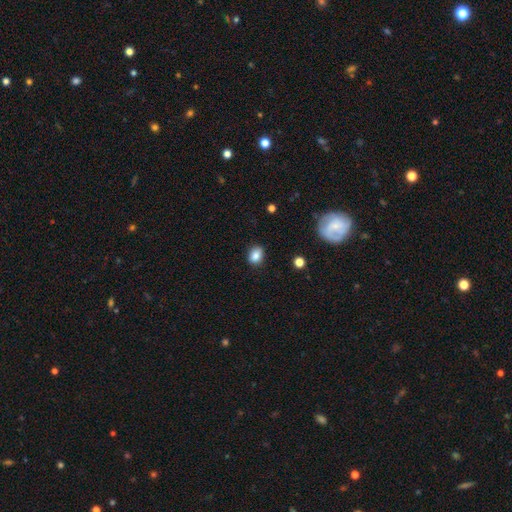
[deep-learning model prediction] smooth-or-featured: smooth: 85% | star or artifact: 10% | featured or disk: 5%
  how-rounded: in between: 61% | round: 38% | cigar-shaped: 1%
  merging: none: 85% | minor disturbance: 11% | major disturbance: 2% | merger: 1%